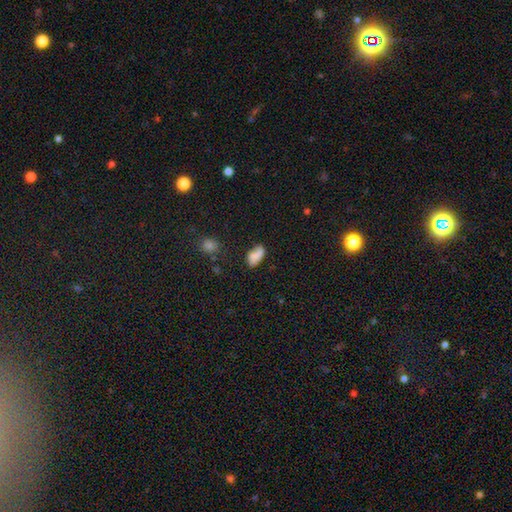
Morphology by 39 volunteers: A smooth galaxy with no disk features (69%) that is in between round and cigar-shaped (100%).

Vote fractions:
- Smooth or featured? smooth: 69% / featured or disk: 18% / star or artifact: 13%
- How rounded? in between: 100% / round: 0% / cigar-shaped: 0%
- Merging? none: 47% / minor disturbance: 26% / major disturbance: 18% / merger: 9%